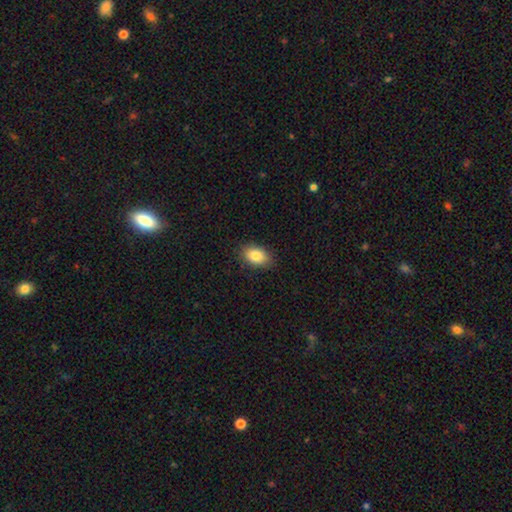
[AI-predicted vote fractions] Q: Smooth or featured?
A: smooth (84%); runner-up: featured or disk (8%)
Q: How rounded?
A: in between (87%); runner-up: round (11%)
Q: Merging?
A: none (86%); runner-up: minor disturbance (10%)